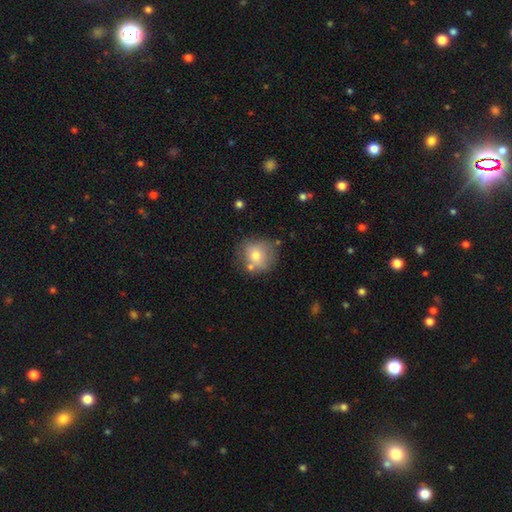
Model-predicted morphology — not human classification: A smooth galaxy with no disk features (71%) that is round (86%).

Vote fractions:
- Smooth or featured? smooth: 71% / featured or disk: 20% / star or artifact: 9%
- How rounded? round: 86% / in between: 13% / cigar-shaped: 1%
- Merging? none: 62% / minor disturbance: 20% / merger: 11% / major disturbance: 6%